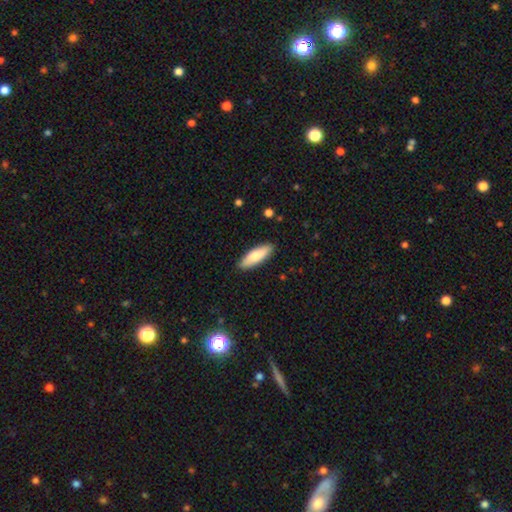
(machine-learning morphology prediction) The model was most divided on "how rounded": in between: 57%, cigar-shaped: 41%, round: 2%. More confident: merging — none (89%); smooth or featured — smooth (78%).